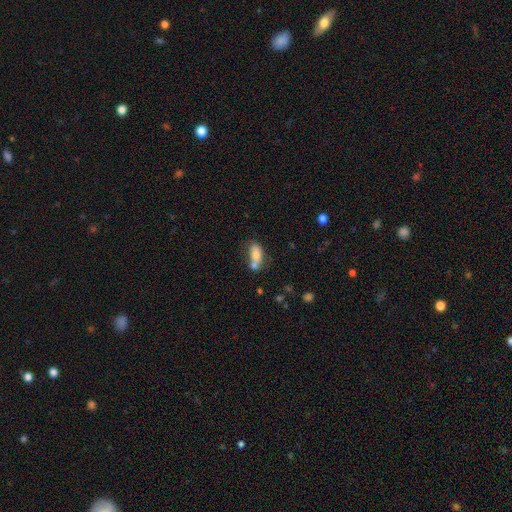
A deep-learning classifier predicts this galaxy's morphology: smooth_or_featured: smooth (p=0.74) [alt: featured or disk p=0.18]
how_rounded: in between (p=0.82) [alt: cigar-shaped p=0.12]
merging: merger (p=0.41) [alt: none p=0.36]